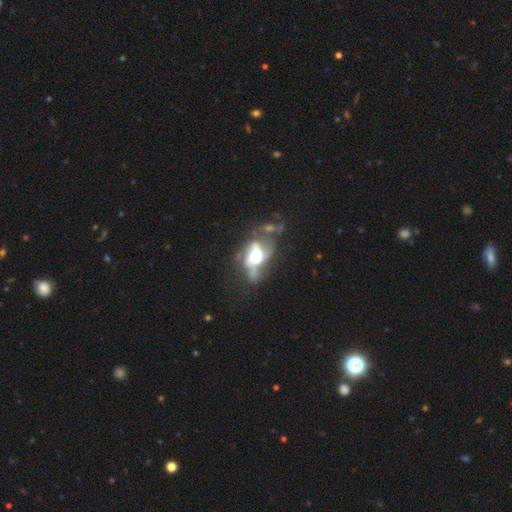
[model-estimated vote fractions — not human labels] Overall: featured or disk (67%). Edge-on disk: no (93%). Bar: no (61%; weak 25%). Spiral arms: yes (55%; no 45%). Bulge size: large (44%; moderate 41%). Merging: major disturbance (38%; none 23%).